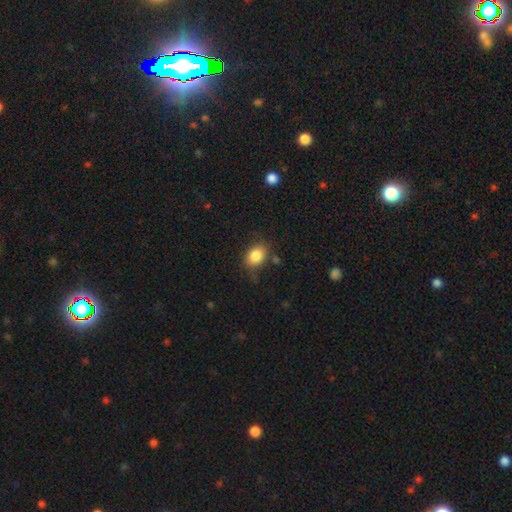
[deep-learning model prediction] Q: Smooth or featured?
A: smooth (84%); runner-up: star or artifact (9%)
Q: How rounded?
A: in between (65%); runner-up: round (33%)
Q: Merging?
A: none (73%); runner-up: minor disturbance (18%)